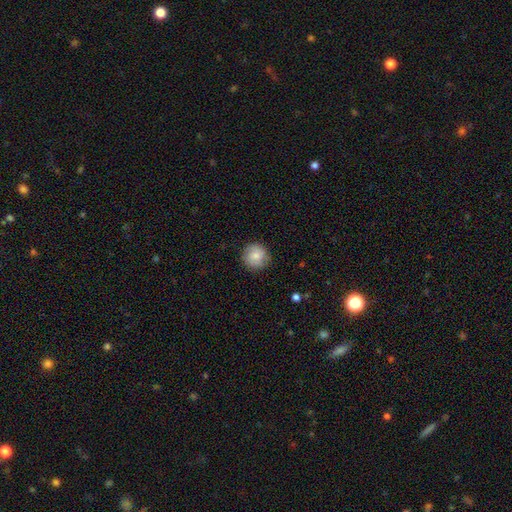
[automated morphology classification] This is clearly a smooth galaxy (81%). How rounded: clearly round (93%). Merging: clearly none (85%).